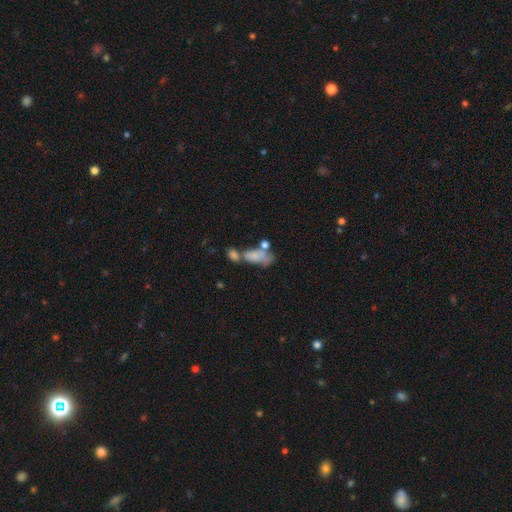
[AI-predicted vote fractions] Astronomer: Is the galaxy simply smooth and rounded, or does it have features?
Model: smooth — 67%.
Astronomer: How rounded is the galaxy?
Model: in between — 86%.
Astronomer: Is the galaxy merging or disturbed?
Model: merger — 50%.